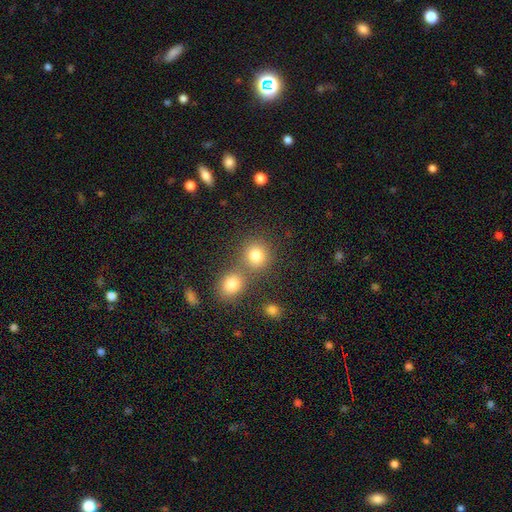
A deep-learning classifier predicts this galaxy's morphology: Smooth or featured? Predicted: smooth (p=0.81). How rounded? Predicted: round (p=0.84). Merging? Predicted: none (p=0.58).